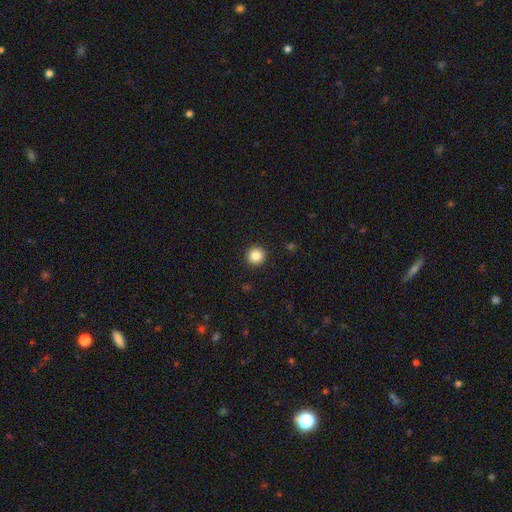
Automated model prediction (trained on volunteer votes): This is clearly a smooth galaxy (86%). How rounded: clearly round (95%). Merging: clearly none (93%).